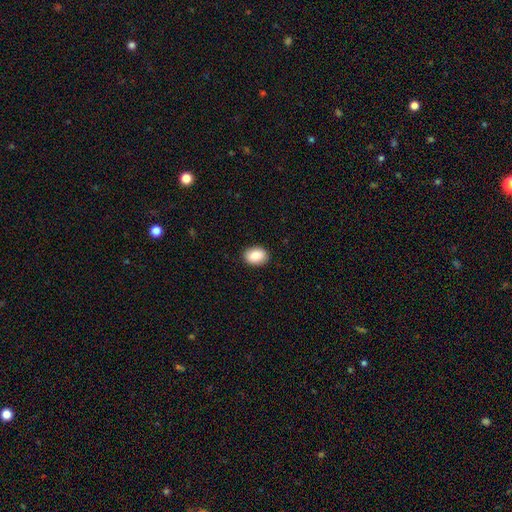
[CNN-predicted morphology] A smooth galaxy with no disk features (87%) that is in between round and cigar-shaped (76%).

Vote fractions:
- Smooth or featured? smooth: 87% / star or artifact: 7% / featured or disk: 6%
- How rounded? in between: 76% / round: 23% / cigar-shaped: 1%
- Merging? none: 90% / minor disturbance: 7% / major disturbance: 2% / merger: 1%